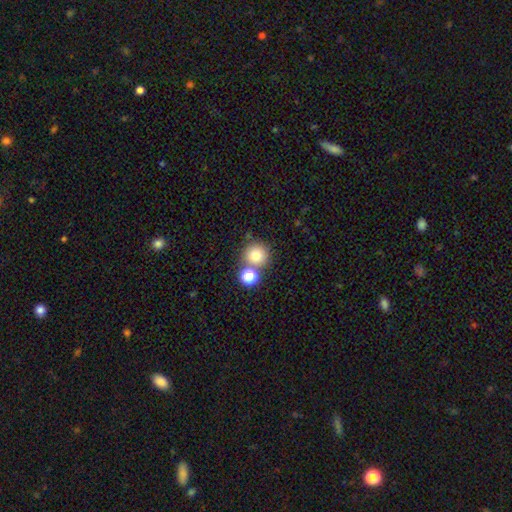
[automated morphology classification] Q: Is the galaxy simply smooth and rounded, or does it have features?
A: smooth — 76%.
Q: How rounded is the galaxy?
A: round — 92%.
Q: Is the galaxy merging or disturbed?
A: none — 66%.